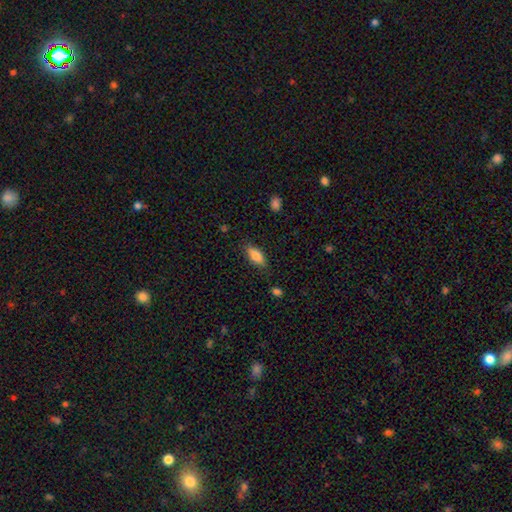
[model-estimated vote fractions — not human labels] Smooth or featured? Predicted: smooth (p=0.80). How rounded? Predicted: in between (p=0.77). Merging? Predicted: none (p=0.82).